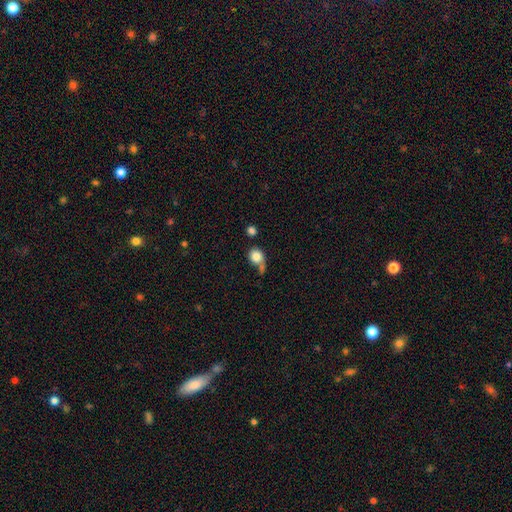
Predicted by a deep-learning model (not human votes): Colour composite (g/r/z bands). It shows a smooth galaxy with no disk features (80%) that is round (70%). Merging: none (38%).